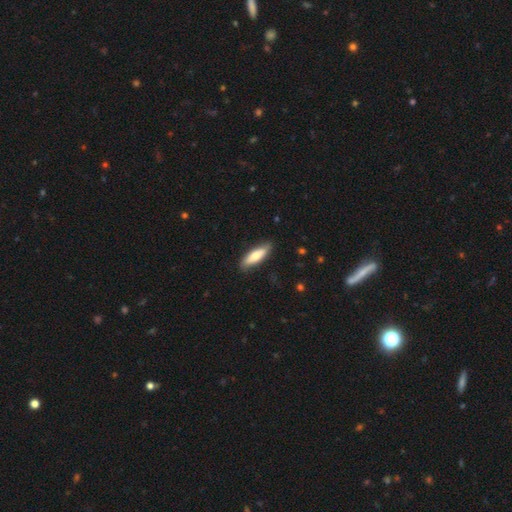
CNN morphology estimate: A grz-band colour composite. It shows a smooth galaxy with no disk features (69%) that is cigar-shaped (56%). Merging: none (84%).